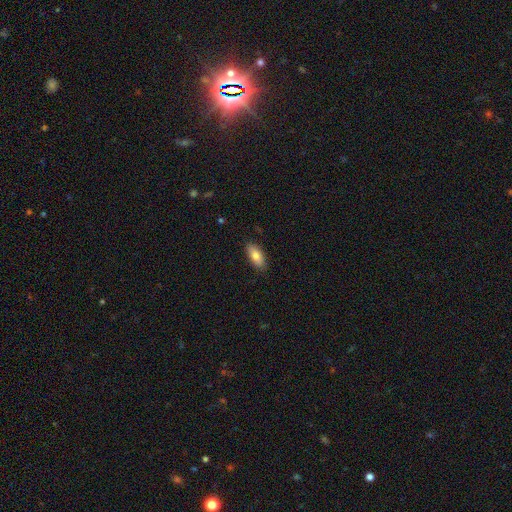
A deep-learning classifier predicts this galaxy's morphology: This appears to be a smooth galaxy with no disk features (80%) that is in between round and cigar-shaped (85%). Merging: none (87%).